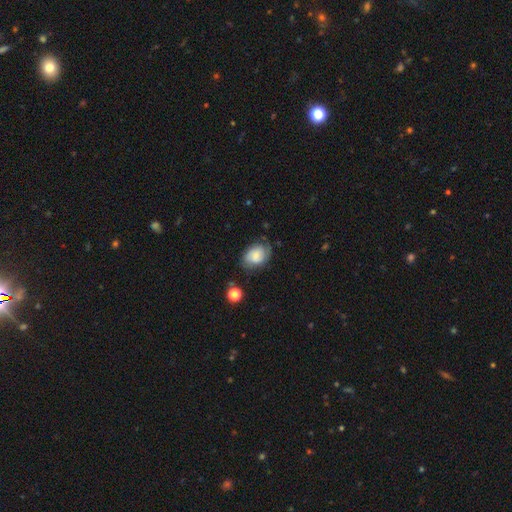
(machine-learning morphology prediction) Smooth or featured: smooth — 65% (featured or disk — 26%)
How rounded: in between — 74% (round — 25%)
Merging: none — 62% (minor disturbance — 26%)